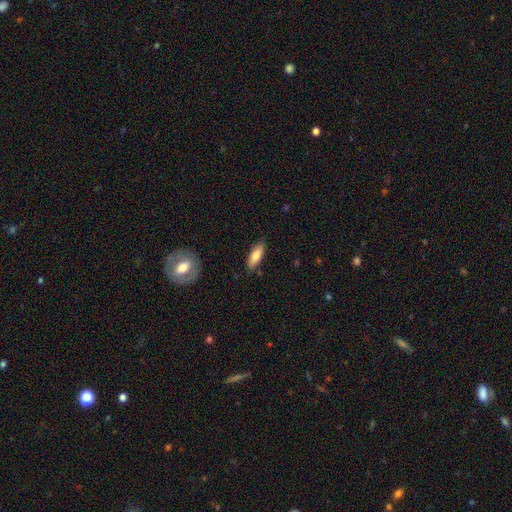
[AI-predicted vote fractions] smooth-or-featured: smooth: 78% | featured or disk: 16% | star or artifact: 6%
  how-rounded: in between: 64% | cigar-shaped: 34% | round: 2%
  merging: none: 85% | minor disturbance: 11% | major disturbance: 2% | merger: 2%